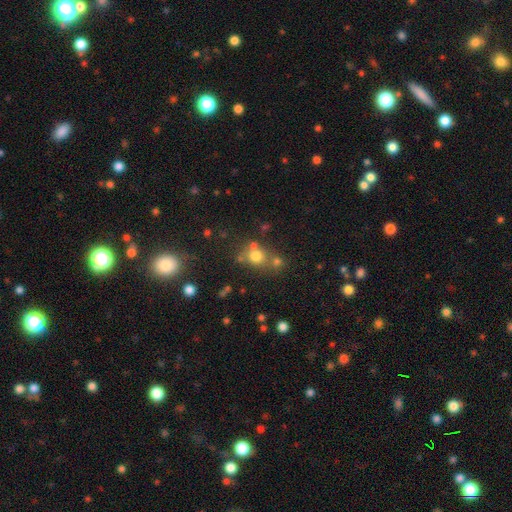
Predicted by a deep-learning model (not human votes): This appears to be a smooth galaxy with no disk features (72%) that is round (76%). Merging: none (54%).